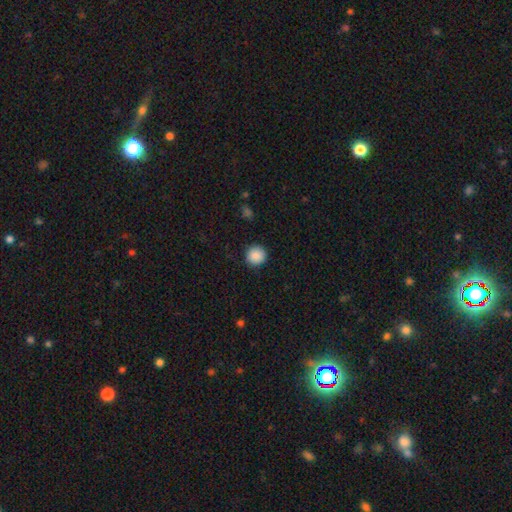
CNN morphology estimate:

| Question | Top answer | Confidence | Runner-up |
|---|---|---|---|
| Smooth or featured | smooth | 89% | star or artifact (8%) |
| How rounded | round | 94% | in between (5%) |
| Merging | none | 91% | minor disturbance (6%) |